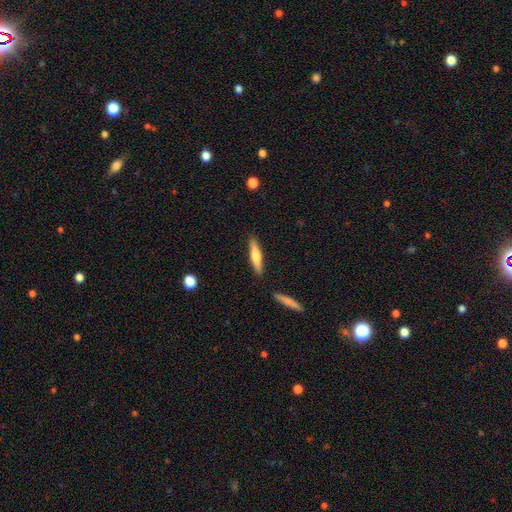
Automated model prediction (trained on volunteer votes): This appears to be a smooth galaxy with no disk features (62%) that is cigar-shaped (85%). Merging: none (87%).